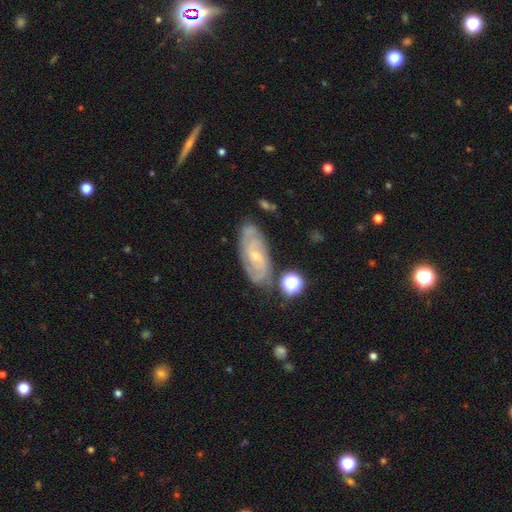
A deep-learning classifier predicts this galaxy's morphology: Smooth or featured? Predicted: featured or disk (p=0.78). Edge-on disk? Predicted: no (p=0.92). Bar? Predicted: no (p=0.55). Spiral arms? Predicted: yes (p=0.94). Spiral winding? Predicted: tight (p=0.55). Spiral arm count? Predicted: 2 (p=0.51). Bulge size? Predicted: small (p=0.68). Merging? Predicted: none (p=0.76).